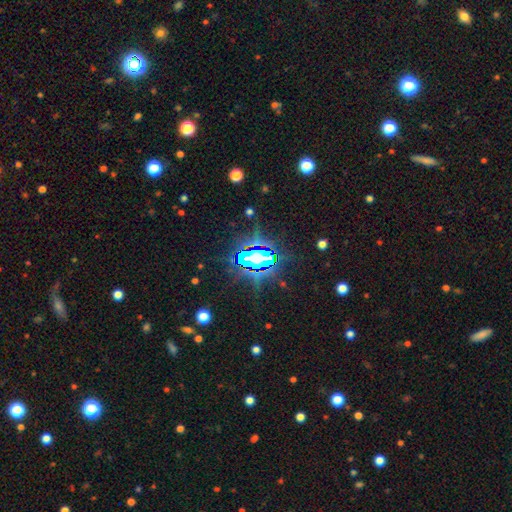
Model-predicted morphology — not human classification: The model was most divided on "smooth or featured": star or artifact: 83%, smooth: 10%, featured or disk: 8%.